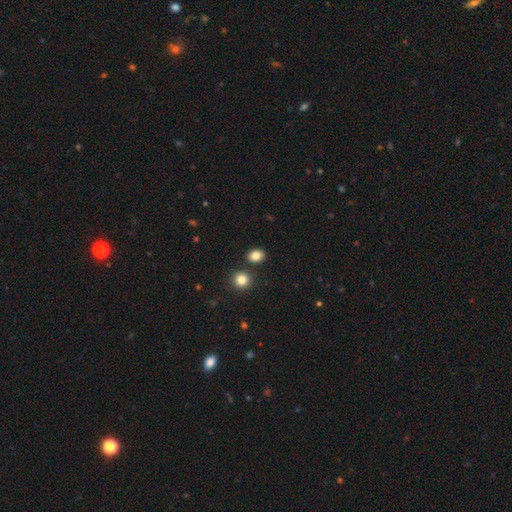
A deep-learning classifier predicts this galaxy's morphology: smooth 85%, star or artifact 11%, featured or disk 5%. Down the decision tree: how rounded — round (51%); merging — none (82%).